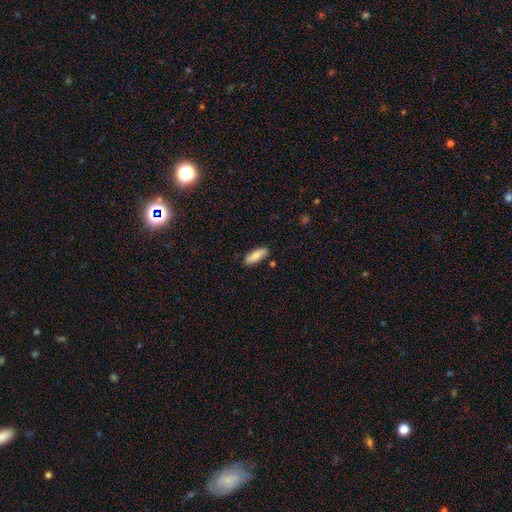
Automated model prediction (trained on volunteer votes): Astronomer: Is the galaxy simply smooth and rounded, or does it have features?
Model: smooth — 79%.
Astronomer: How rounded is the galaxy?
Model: in between — 65%.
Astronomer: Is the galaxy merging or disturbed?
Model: none — 84%.